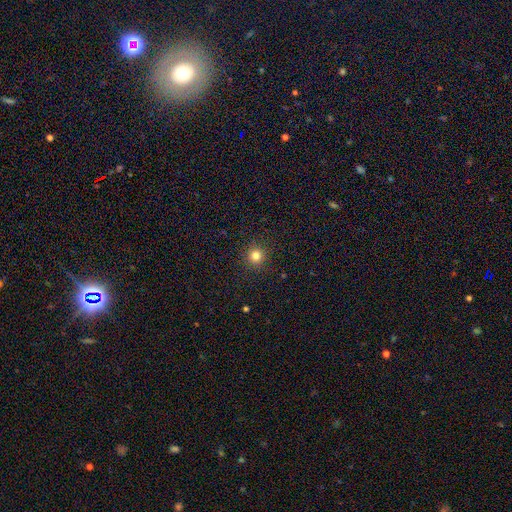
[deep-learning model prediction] Overall: smooth (81%). How rounded: round (95%). Merging: none (92%).